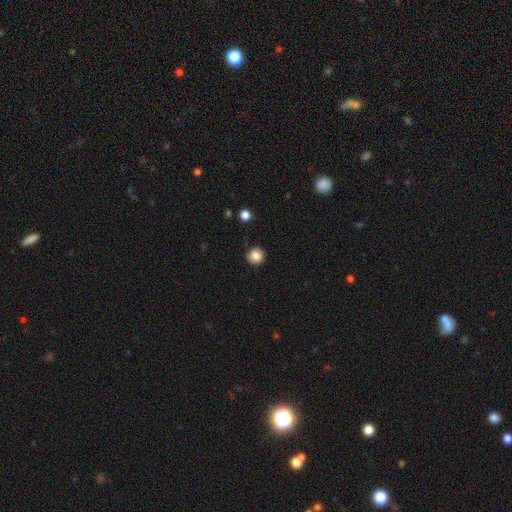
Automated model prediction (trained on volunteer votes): Smooth or featured? smooth (86%)
How rounded? round (95%)
Merging? none (92%)